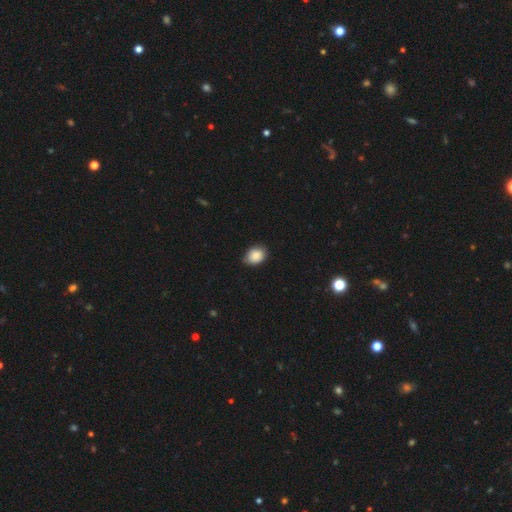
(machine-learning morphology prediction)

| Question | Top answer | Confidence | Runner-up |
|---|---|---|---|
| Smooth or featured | smooth | 87% | star or artifact (8%) |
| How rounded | in between | 60% | round (39%) |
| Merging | none | 71% | minor disturbance (25%) |